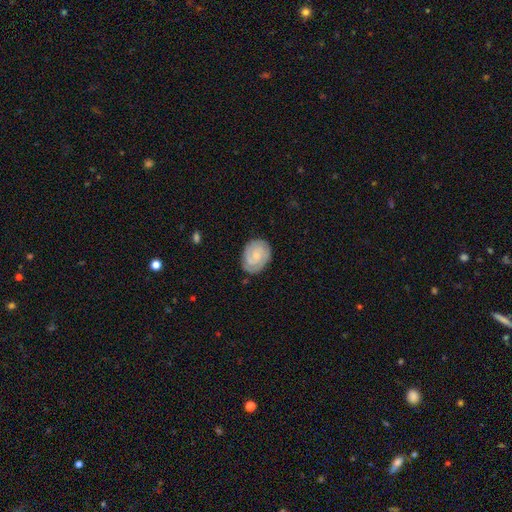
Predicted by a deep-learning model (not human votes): featured or disk 73%, smooth 21%, star or artifact 6%. Down the decision tree: edge-on disk — no (98%); bar — no (61%); spiral arms — yes (96%); spiral arm count — 2 (51%); spiral winding — tight (71%); bulge size — small (55%); merging — none (80%).